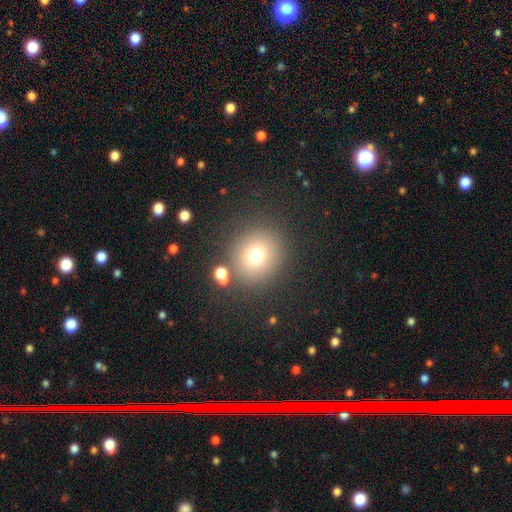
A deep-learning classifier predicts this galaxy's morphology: A smooth galaxy with no disk features (72%) that is round (89%). Merging: none (81%).